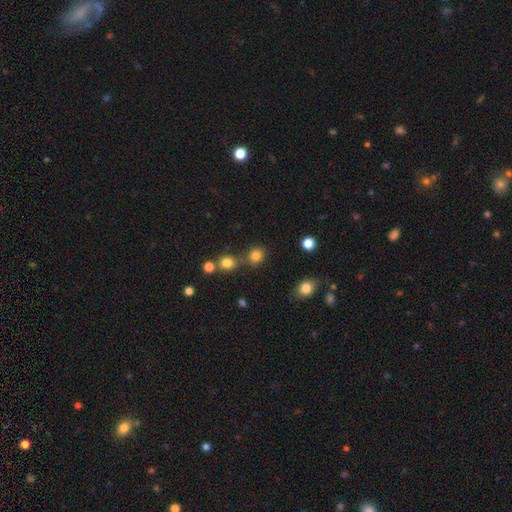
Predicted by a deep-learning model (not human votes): Overall: smooth (81%). How rounded: round (75%). Merging: none (65%).